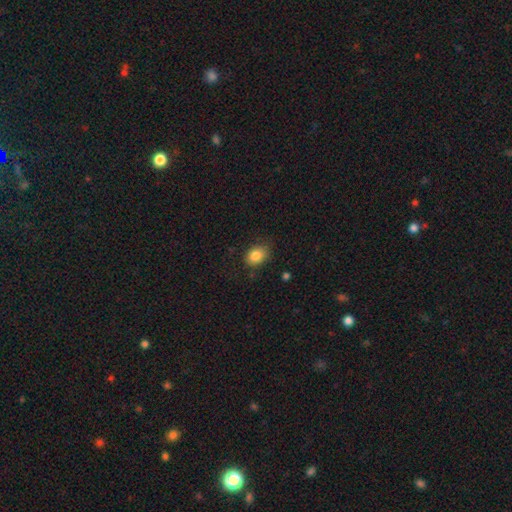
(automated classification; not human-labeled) Q: Smooth or featured?
A: smooth (84%); runner-up: star or artifact (9%)
Q: How rounded?
A: in between (63%); runner-up: round (36%)
Q: Merging?
A: none (78%); runner-up: minor disturbance (17%)